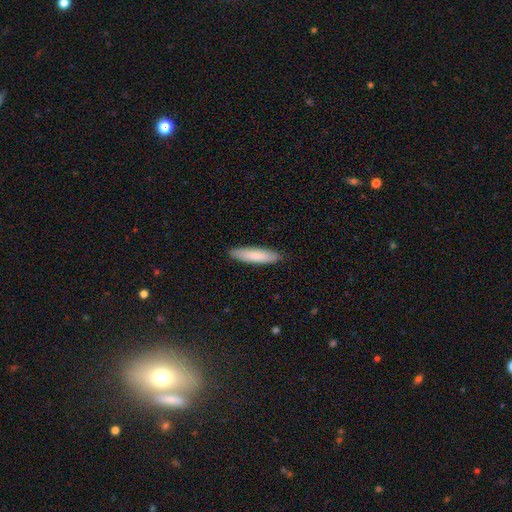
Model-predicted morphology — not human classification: This is clearly a smooth galaxy (83%). How rounded: likely cigar-shaped (77%). Merging: clearly none (89%).